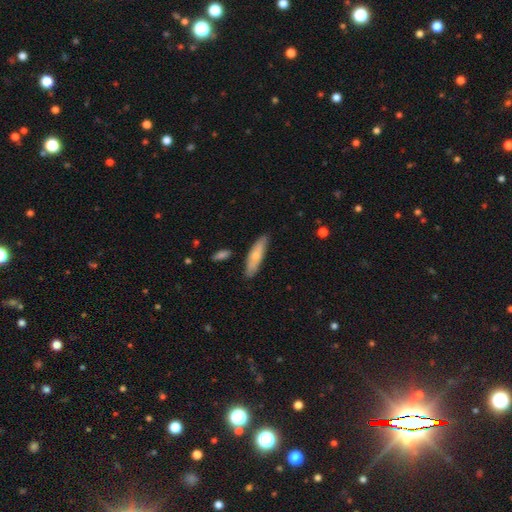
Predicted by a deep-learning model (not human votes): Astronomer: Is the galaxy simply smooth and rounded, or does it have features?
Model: smooth — 61%.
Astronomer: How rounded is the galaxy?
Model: cigar-shaped — 62%.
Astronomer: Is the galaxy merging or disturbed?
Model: none — 79%.